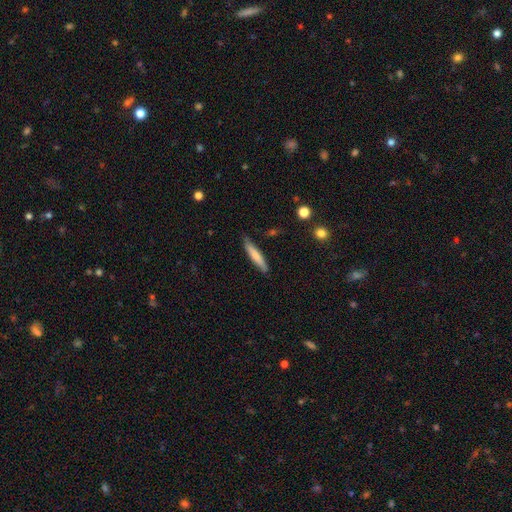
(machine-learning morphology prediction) Q: Smooth or featured?
A: smooth (69%); runner-up: featured or disk (25%)
Q: How rounded?
A: cigar-shaped (90%); runner-up: in between (9%)
Q: Merging?
A: none (84%); runner-up: minor disturbance (13%)